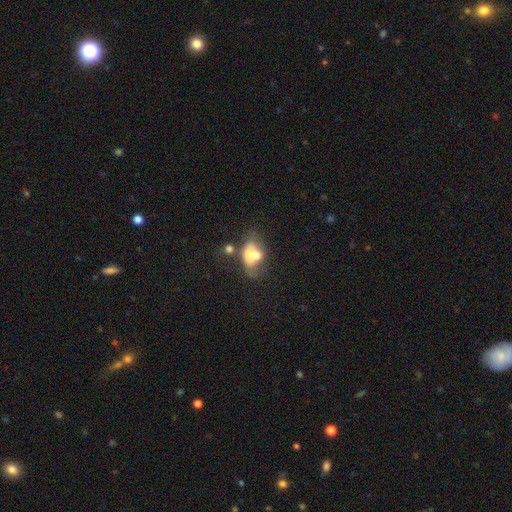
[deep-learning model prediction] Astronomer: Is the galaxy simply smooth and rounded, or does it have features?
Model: smooth — 53% (runner-up: featured or disk, 36%).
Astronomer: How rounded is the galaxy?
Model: in between — 76%.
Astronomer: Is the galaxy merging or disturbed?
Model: merger — 51%.